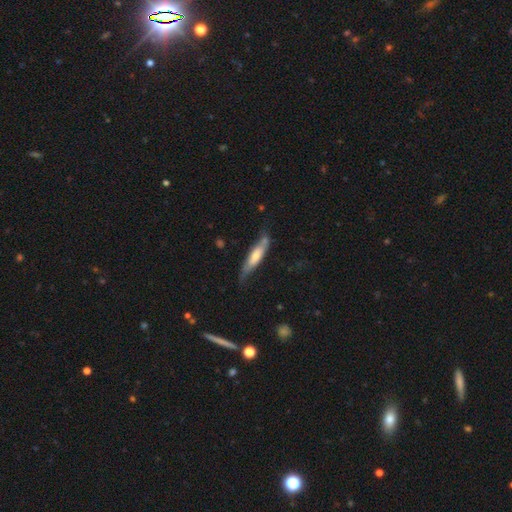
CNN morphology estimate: smooth-or-featured: smooth: 50% | featured or disk: 44% | star or artifact: 6%
  merging: none: 61% | minor disturbance: 27% | major disturbance: 8% | merger: 4%